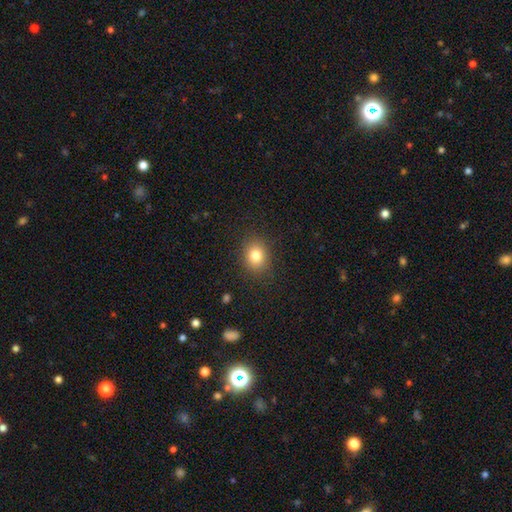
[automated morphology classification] Smooth or featured? Predicted: smooth (p=0.81). How rounded? Predicted: round (p=0.56). Merging? Predicted: none (p=0.87).